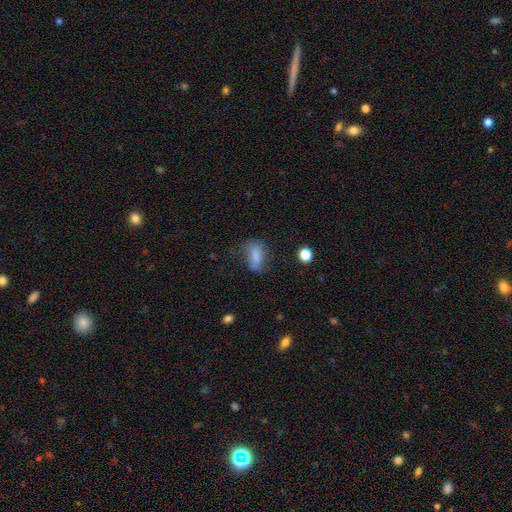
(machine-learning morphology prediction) smooth 73%, featured or disk 16%, star or artifact 11%. Down the decision tree: how rounded — in between (78%); merging — none (50%).